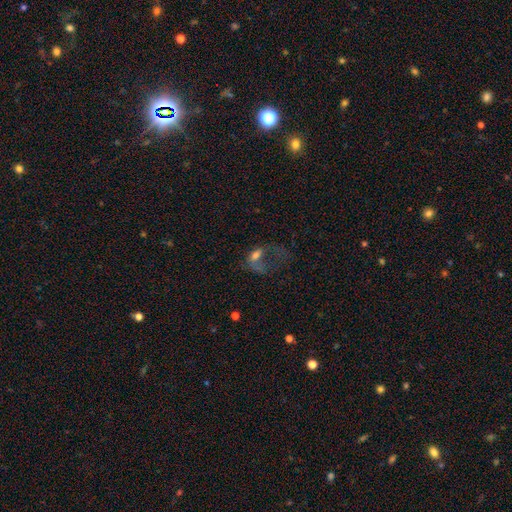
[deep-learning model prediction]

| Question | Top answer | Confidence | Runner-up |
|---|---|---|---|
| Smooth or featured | smooth | 50% | featured or disk (35%) |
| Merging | major disturbance | 64% | none (15%) |